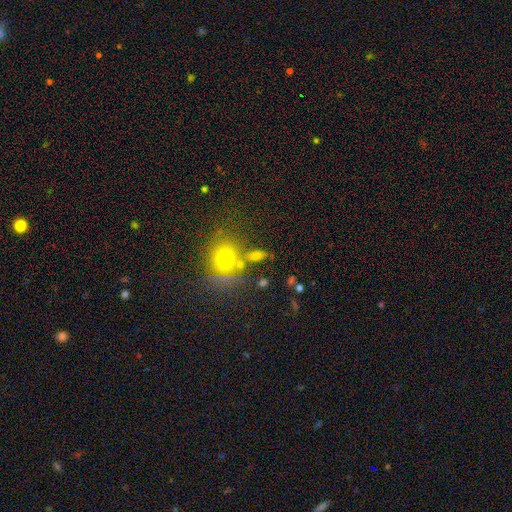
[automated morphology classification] Overall: smooth (68%). How rounded: in between (67%). Merging: none (65%).